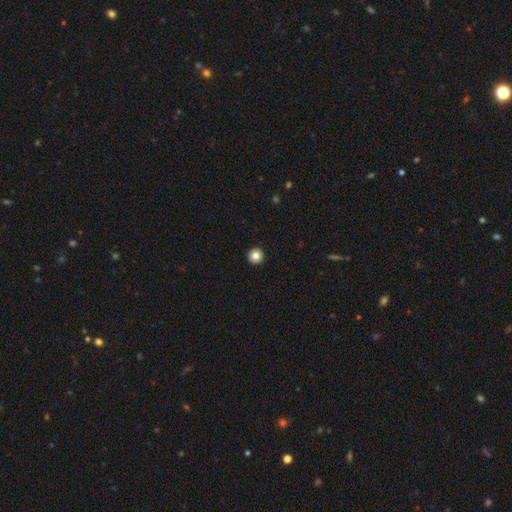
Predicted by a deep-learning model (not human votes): A smooth galaxy with no disk features (83%) that is round (96%). Merging: none (94%).